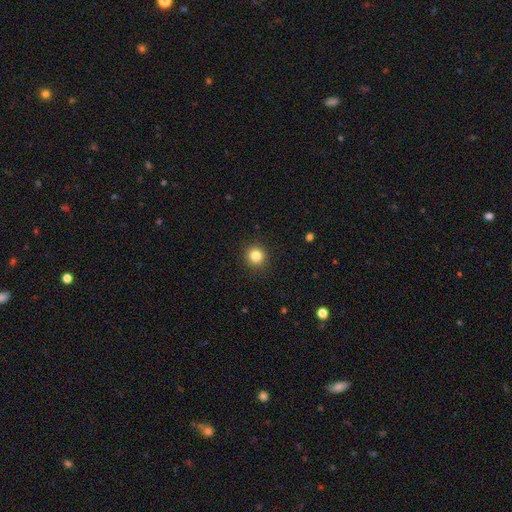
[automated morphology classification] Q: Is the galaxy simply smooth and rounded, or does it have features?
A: smooth — 83%.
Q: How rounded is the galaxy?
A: round — 93%.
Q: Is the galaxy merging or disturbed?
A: none — 92%.